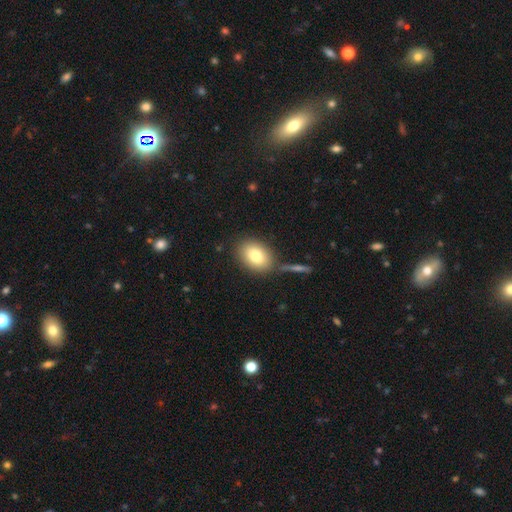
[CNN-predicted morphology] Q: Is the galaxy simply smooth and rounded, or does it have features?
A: smooth — 81%.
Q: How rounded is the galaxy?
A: in between — 79%.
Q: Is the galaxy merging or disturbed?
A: none — 77%.